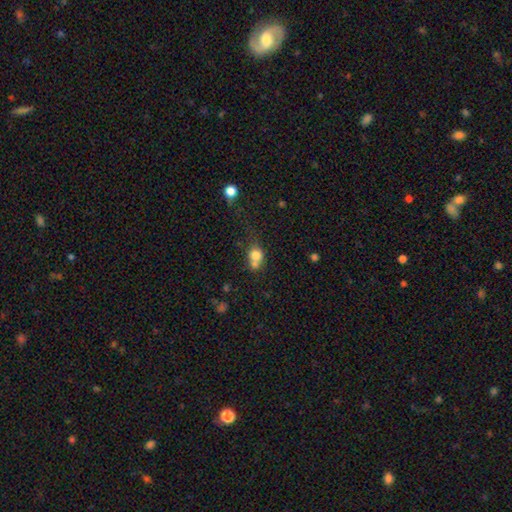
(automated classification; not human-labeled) The model was most divided on "merging": merger: 46%, none: 31%, minor disturbance: 15%, major disturbance: 8%. More confident: smooth or featured — smooth (74%); how rounded — round (66%).